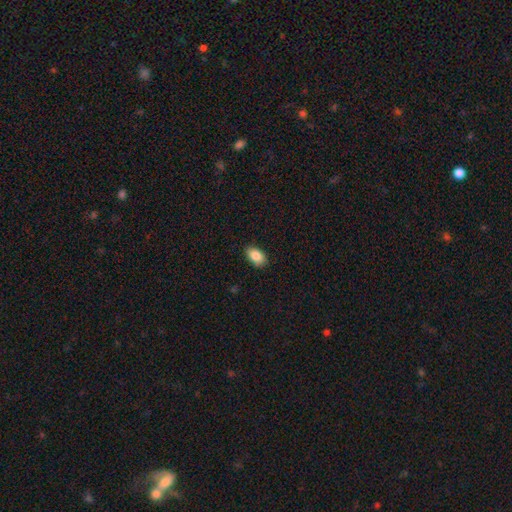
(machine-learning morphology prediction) smooth 86%, star or artifact 7%, featured or disk 7%. Down the decision tree: how rounded — in between (91%); merging — none (86%).